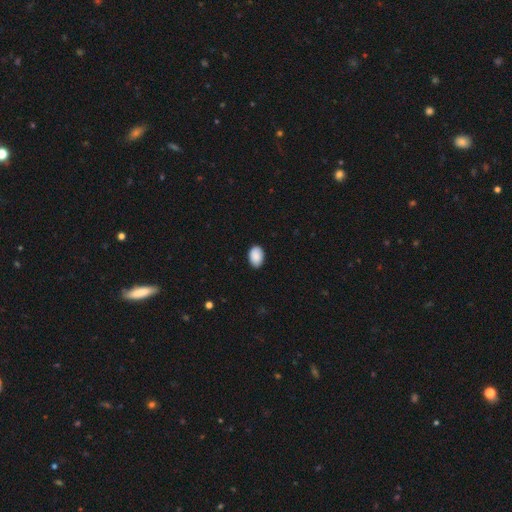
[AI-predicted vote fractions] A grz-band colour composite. It shows a smooth galaxy with no disk features (91%) that is in between round and cigar-shaped (86%). Merging: none (88%).